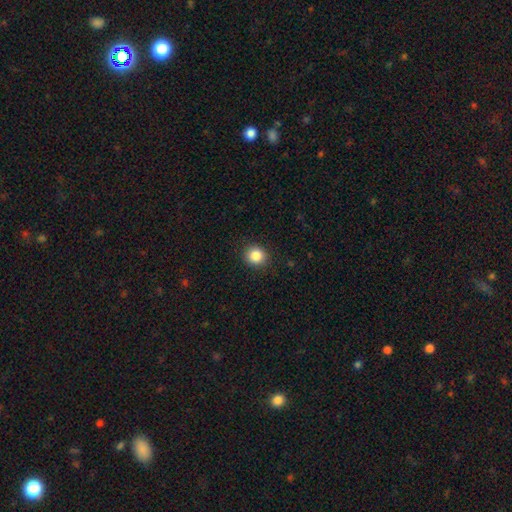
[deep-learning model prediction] smooth 86%, star or artifact 10%, featured or disk 4%. Down the decision tree: how rounded — round (87%); merging — none (90%).